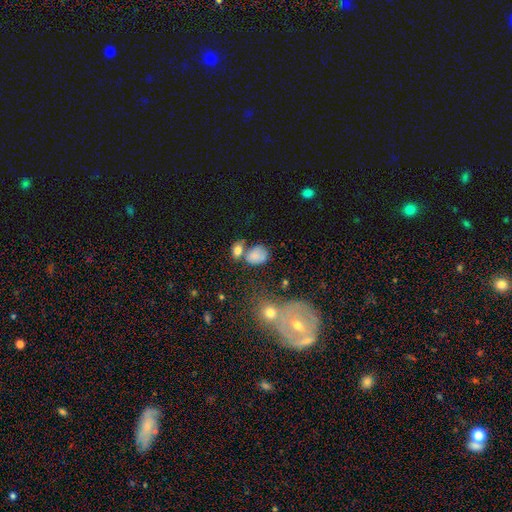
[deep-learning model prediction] smooth_or_featured: smooth (p=0.75) [alt: featured or disk p=0.14]
how_rounded: in between (p=0.62) [alt: round p=0.36]
merging: none (p=0.44) [alt: merger p=0.26]